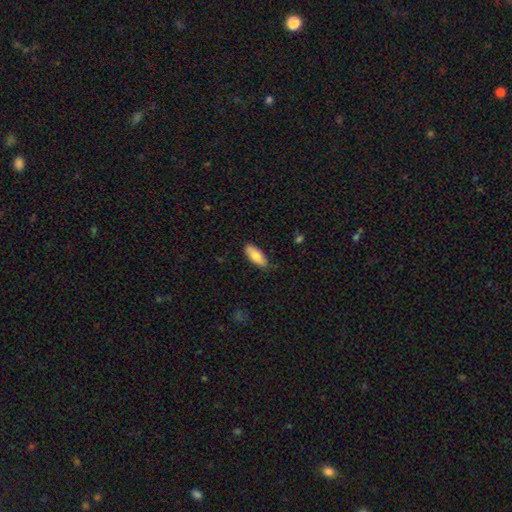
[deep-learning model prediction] Q: Smooth or featured?
A: smooth (83%); runner-up: featured or disk (11%)
Q: How rounded?
A: in between (78%); runner-up: cigar-shaped (20%)
Q: Merging?
A: none (82%); runner-up: minor disturbance (15%)